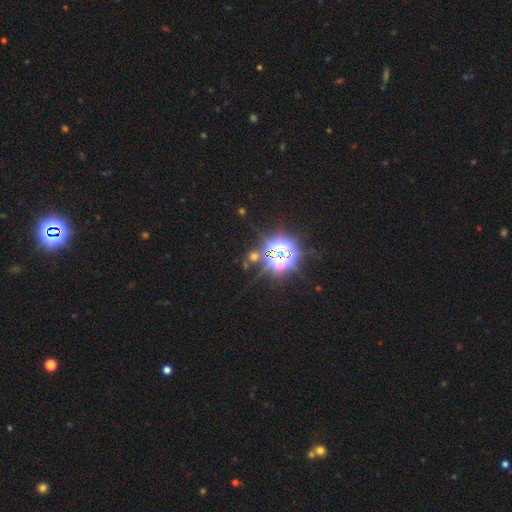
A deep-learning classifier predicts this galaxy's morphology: smooth-or-featured: star or artifact: 75% | smooth: 14% | featured or disk: 11%